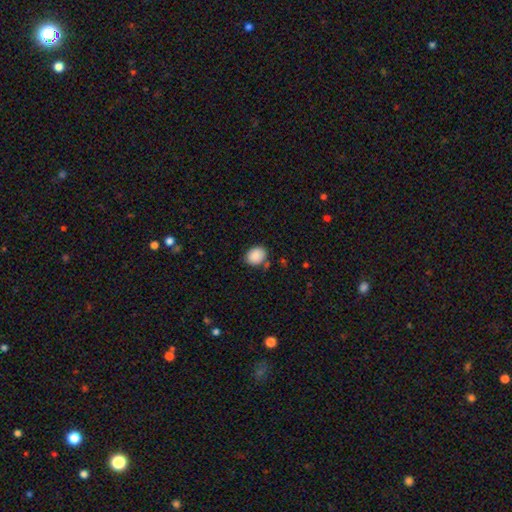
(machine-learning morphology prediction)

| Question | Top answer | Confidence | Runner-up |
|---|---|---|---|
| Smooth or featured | smooth | 89% | star or artifact (8%) |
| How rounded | in between | 54% | round (45%) |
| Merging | none | 77% | minor disturbance (15%) |